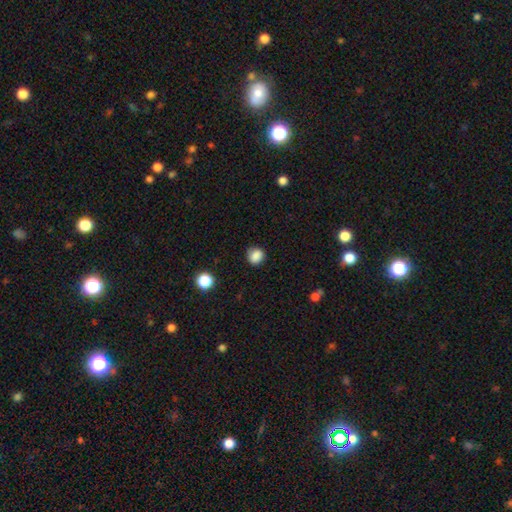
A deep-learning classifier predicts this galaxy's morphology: type=smooth (86%); roundness=round (81%); merging=none (85%).